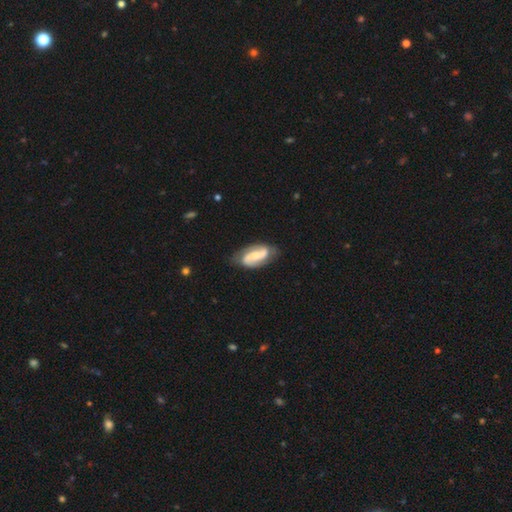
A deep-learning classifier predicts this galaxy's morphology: Smooth or featured? featured or disk (81%)
Edge-on disk? no (96%)
Bar? weak (40%)
Spiral arms? yes (95%)
Spiral winding? loose (46%)
Spiral arm count? 2 (91%)
Bulge size? small (47%)
Merging? none (77%)